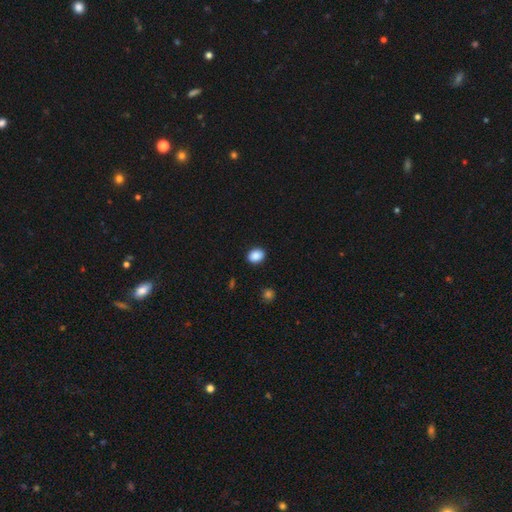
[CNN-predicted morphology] Smooth or featured? smooth (88%)
How rounded? in between (55%)
Merging? none (90%)